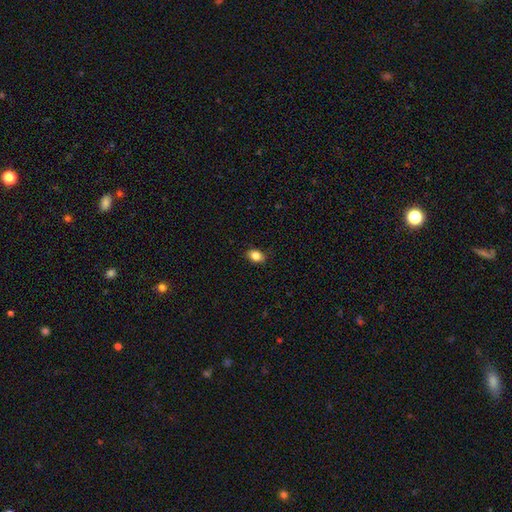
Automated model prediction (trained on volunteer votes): Q: Smooth or featured?
A: smooth (85%); runner-up: star or artifact (9%)
Q: How rounded?
A: in between (75%); runner-up: round (24%)
Q: Merging?
A: none (87%); runner-up: minor disturbance (10%)